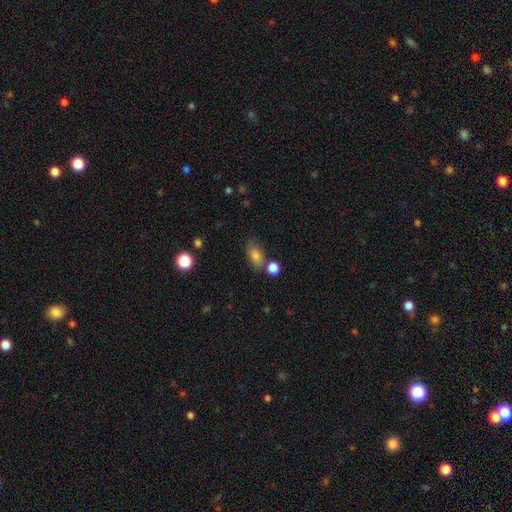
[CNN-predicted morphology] smooth-or-featured: smooth: 79% | star or artifact: 11% | featured or disk: 10%
  how-rounded: in between: 81% | round: 16% | cigar-shaped: 4%
  merging: none: 64% | minor disturbance: 18% | merger: 13% | major disturbance: 6%